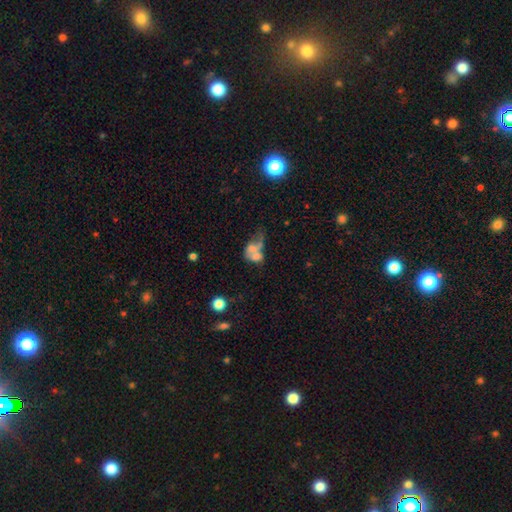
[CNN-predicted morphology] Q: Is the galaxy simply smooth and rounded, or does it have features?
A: smooth — 49%.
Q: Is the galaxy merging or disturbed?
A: merger — 59%.